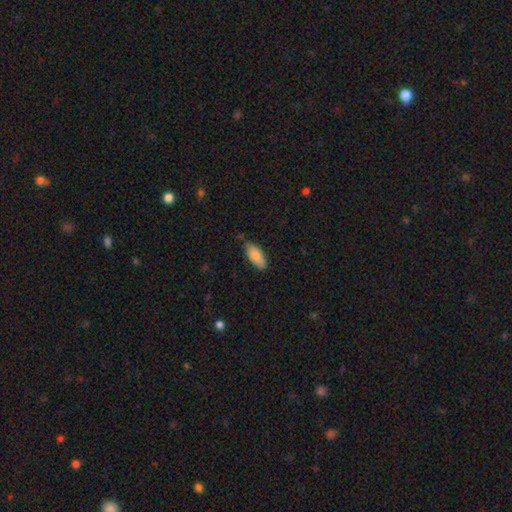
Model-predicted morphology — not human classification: Smooth or featured? Predicted: smooth (p=0.84). How rounded? Predicted: in between (p=0.87). Merging? Predicted: none (p=0.77).